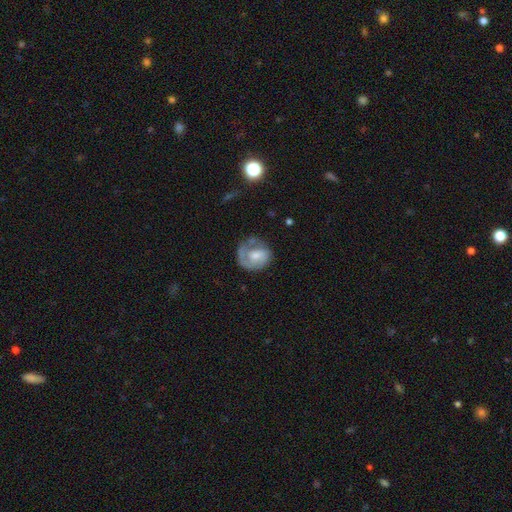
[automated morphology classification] A featured or disk galaxy (57%) with no bar (61%), spiral arms (77%) and a moderate central bulge (44%). Merging: none (48%).